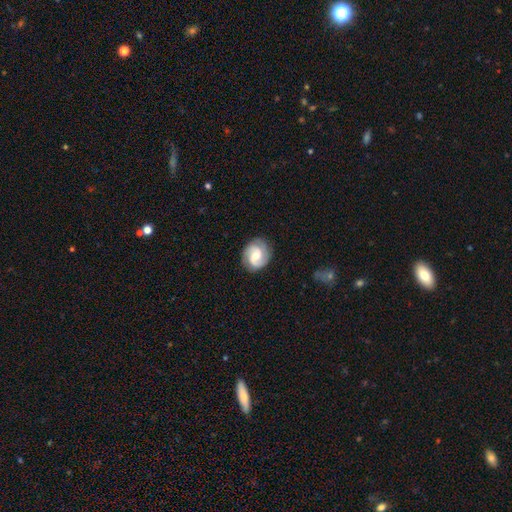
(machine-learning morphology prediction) Smooth or featured? featured or disk (78%)
Edge-on disk? no (98%)
Bar? weak (46%)
Spiral arms? yes (96%)
Spiral winding? medium (46%)
Spiral arm count? 2 (79%)
Bulge size? moderate (61%)
Merging? none (83%)